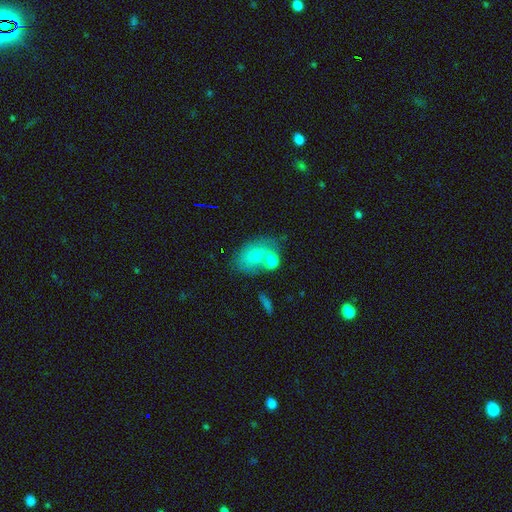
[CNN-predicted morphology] Smooth or featured?
  - smooth: 71% *
  - featured or disk: 19%
  - star or artifact: 10%
How rounded?
  - in between: 73% *
  - round: 25%
  - cigar-shaped: 2%
Merging?
  - none: 38% *
  - merger: 35%
  - minor disturbance: 17%
  - major disturbance: 10%